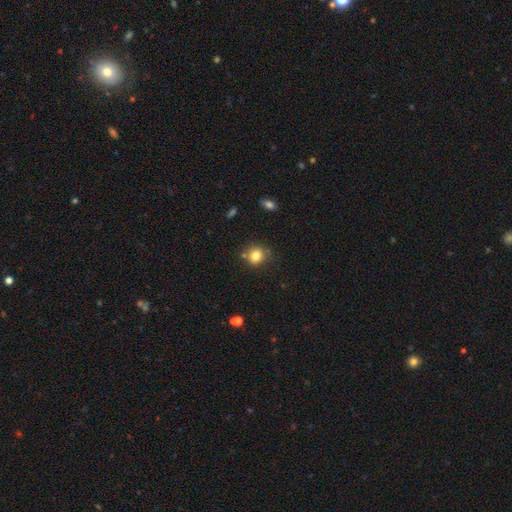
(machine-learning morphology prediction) Smooth or featured? Predicted: smooth (p=0.82). How rounded? Predicted: round (p=0.82). Merging? Predicted: none (p=0.72).